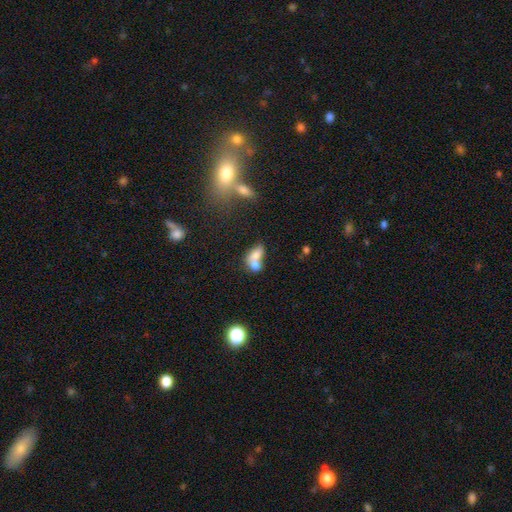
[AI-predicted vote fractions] Smooth or featured: smooth — 68% (featured or disk — 21%)
How rounded: in between — 78% (round — 18%)
Merging: merger — 71% (none — 18%)